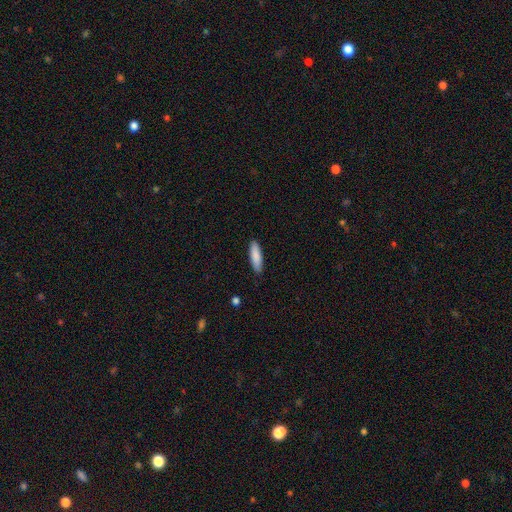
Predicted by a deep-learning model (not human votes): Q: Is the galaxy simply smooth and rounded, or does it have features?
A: smooth — 87%.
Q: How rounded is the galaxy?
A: cigar-shaped — 58%.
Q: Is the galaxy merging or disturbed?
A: none — 88%.